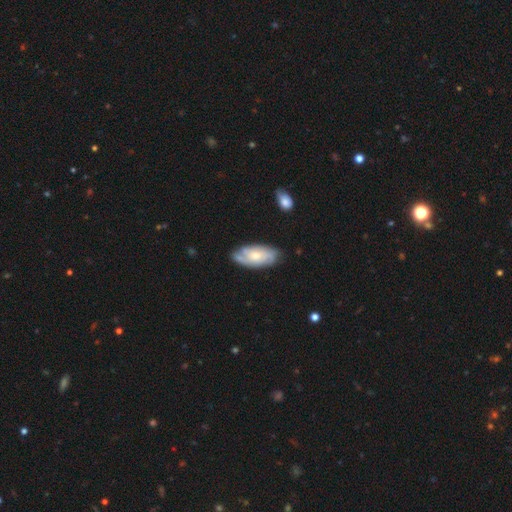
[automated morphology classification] Smooth or featured?
  - featured or disk: 62% *
  - smooth: 33%
  - star or artifact: 5%
Edge-on disk?
  - no: 91% *
  - yes: 9%
Bar?
  - no: 72% *
  - weak: 24%
  - strong: 4%
Spiral arms?
  - yes: 86% *
  - no: 14%
Bulge size?
  - moderate: 46% * (tied)
  - small: 46% * (tied)
  - large: 4%
  - none: 3%
  - dominant: 1%
Merging?
  - none: 69% *
  - minor disturbance: 22%
  - major disturbance: 6%
  - merger: 3%